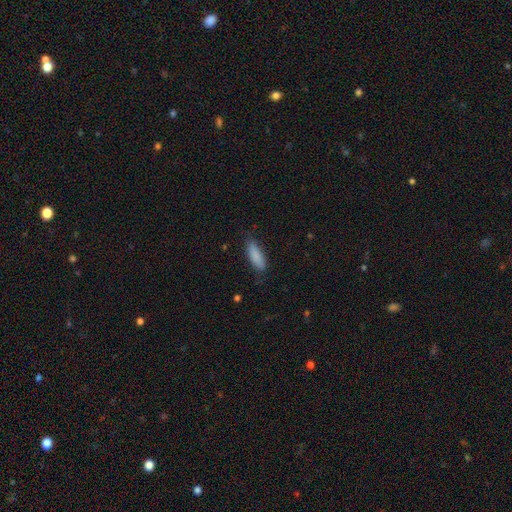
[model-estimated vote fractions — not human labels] The model was most divided on "how rounded": in between: 57%, cigar-shaped: 42%, round: 2%. More confident: smooth or featured — smooth (87%); merging — none (79%).